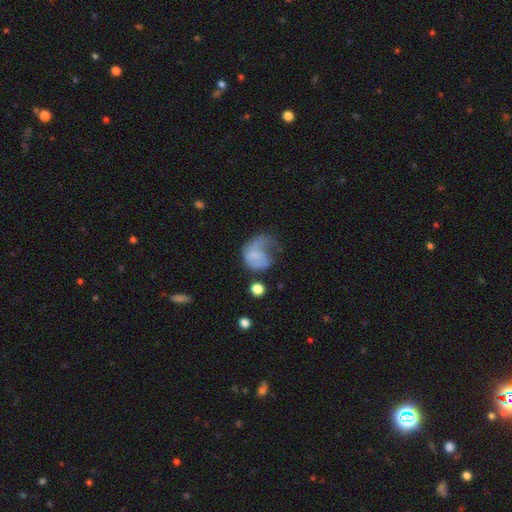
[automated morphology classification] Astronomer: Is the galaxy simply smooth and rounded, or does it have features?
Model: smooth — 47% (runner-up: featured or disk, 44%).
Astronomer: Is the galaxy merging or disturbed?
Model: major disturbance — 53%.